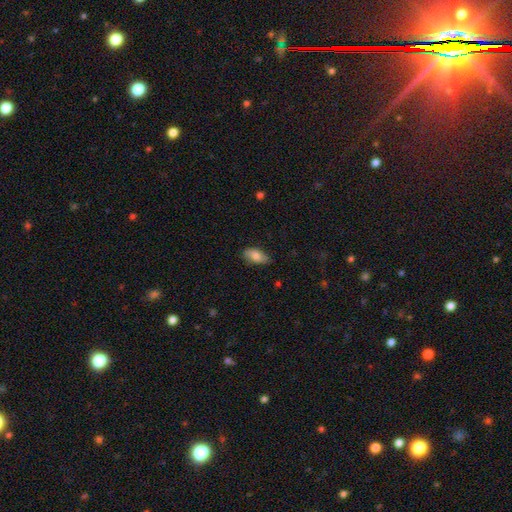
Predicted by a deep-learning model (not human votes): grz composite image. It shows a smooth galaxy with no disk features (77%) that is in between round and cigar-shaped (91%). Merging: none (73%).